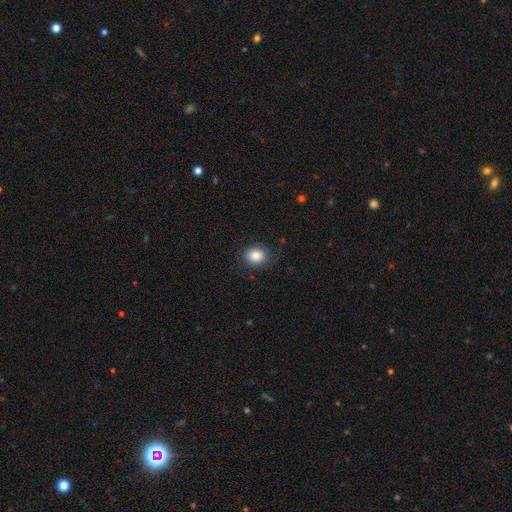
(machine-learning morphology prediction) Q: Smooth or featured?
A: smooth (85%); runner-up: star or artifact (9%)
Q: How rounded?
A: round (72%); runner-up: in between (27%)
Q: Merging?
A: none (86%); runner-up: minor disturbance (10%)